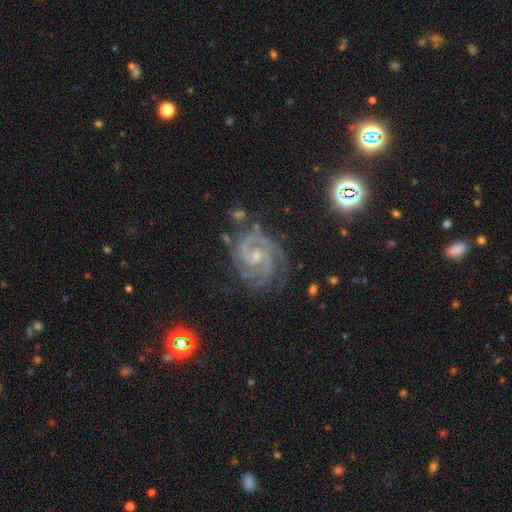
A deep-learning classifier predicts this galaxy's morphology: smooth-or-featured: featured or disk: 91% | star or artifact: 6% | smooth: 3%
  disk-edge-on: no: 98% | yes: 2%
    bar: no: 52% | weak: 38% | strong: 10%
    has-spiral-arms: yes: 99% | no: 1%
      spiral-winding: tight: 55% | medium: 41% | loose: 5%
      spiral-arm-count: 2: 49% | 3: 28% | can't tell: 7% | 4: 7% | more than 4: 4% | 1: 4%
    bulge-size: small: 65% | moderate: 29% | none: 4% | large: 1% | dominant: 1%
  merging: none: 70% | minor disturbance: 20% | major disturbance: 8% | merger: 3%